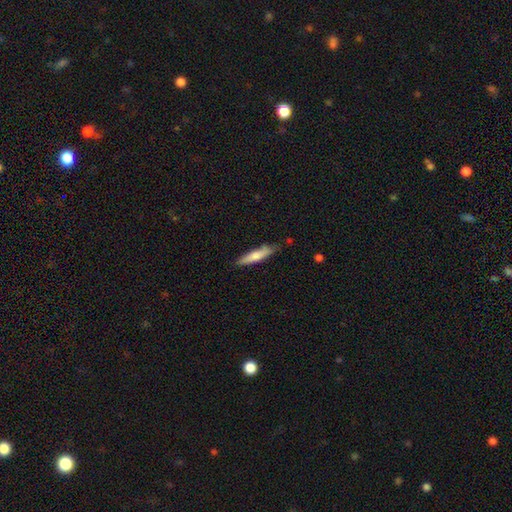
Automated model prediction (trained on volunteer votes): Smooth or featured? smooth (69%)
How rounded? cigar-shaped (85%)
Merging? none (79%)